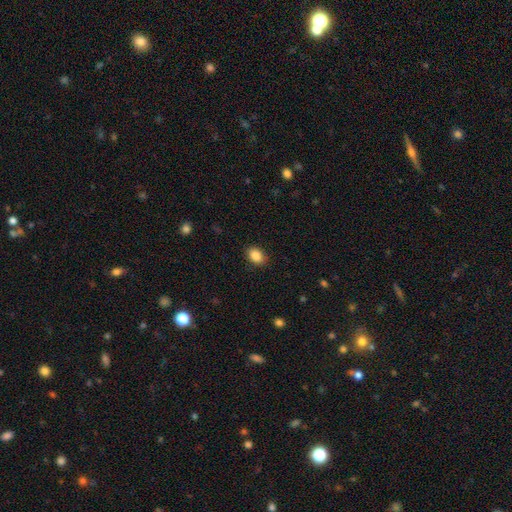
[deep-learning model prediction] Smooth or featured: smooth — 89% (star or artifact — 8%)
How rounded: in between — 75% (round — 24%)
Merging: none — 87% (minor disturbance — 9%)